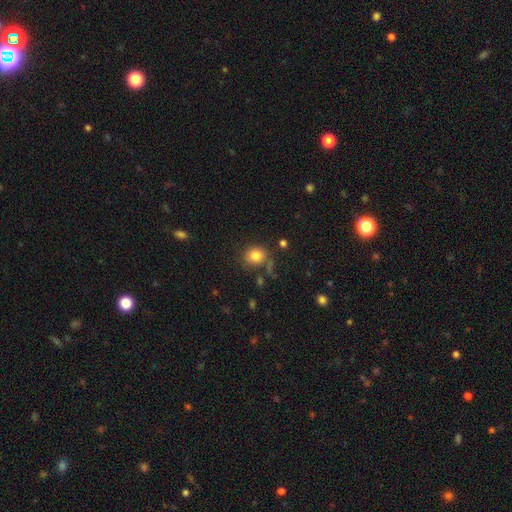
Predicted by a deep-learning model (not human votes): Smooth or featured? Predicted: smooth (p=0.83). How rounded? Predicted: round (p=0.77). Merging? Predicted: none (p=0.70).